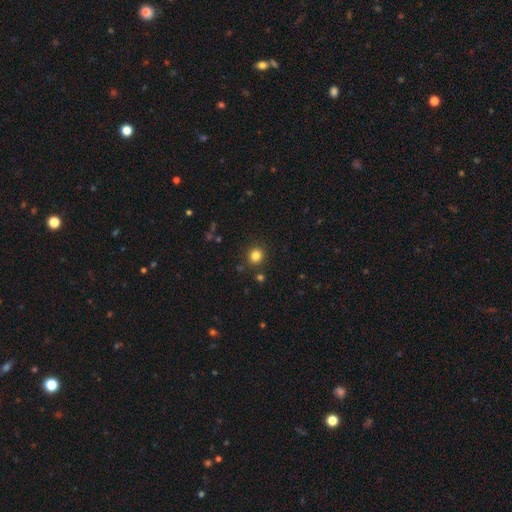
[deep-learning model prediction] A smooth galaxy with no disk features (82%) that is round (90%).

Vote fractions:
- Smooth or featured? smooth: 82% / star or artifact: 13% / featured or disk: 5%
- How rounded? round: 90% / in between: 9% / cigar-shaped: 1%
- Merging? none: 89% / minor disturbance: 6% / merger: 3% / major disturbance: 2%